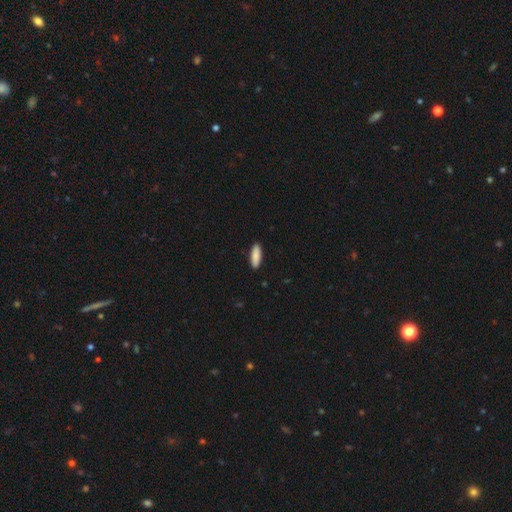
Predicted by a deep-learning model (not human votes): Morphology: type=smooth (89%); roundness=in between (53%); merging=none (91%).